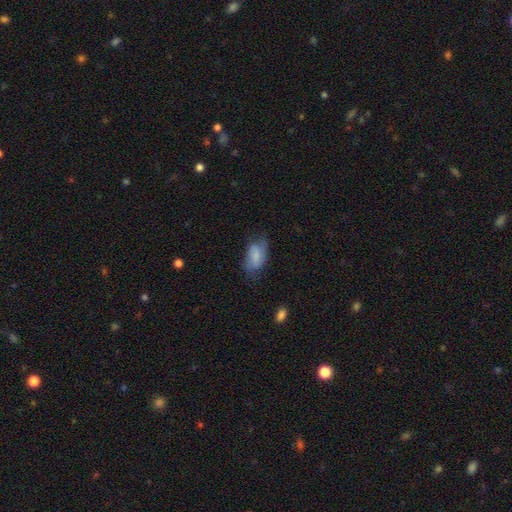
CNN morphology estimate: Smooth or featured: smooth — 70% (featured or disk — 23%)
How rounded: in between — 91% (round — 7%)
Merging: none — 52% (minor disturbance — 32%)